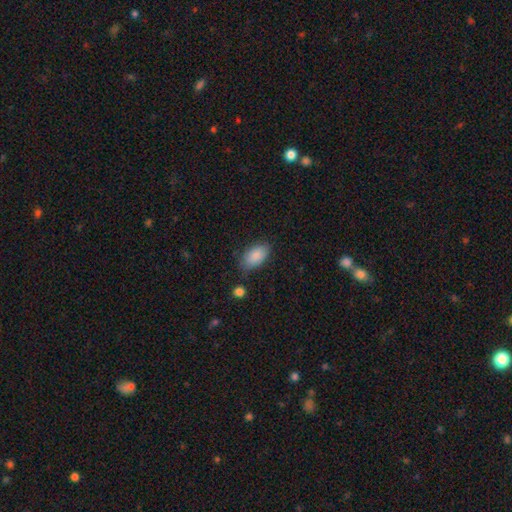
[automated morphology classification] Smooth or featured? Predicted: smooth (p=0.88). How rounded? Predicted: in between (p=0.93). Merging? Predicted: none (p=0.73).